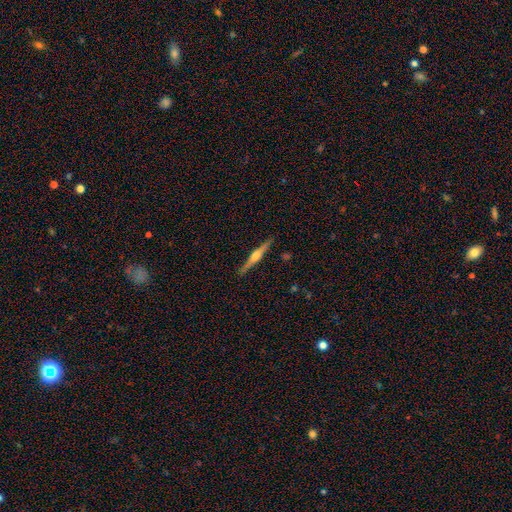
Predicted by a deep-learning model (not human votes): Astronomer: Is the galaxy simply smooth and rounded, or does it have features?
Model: featured or disk — 75%.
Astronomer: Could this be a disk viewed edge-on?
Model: yes — 98%.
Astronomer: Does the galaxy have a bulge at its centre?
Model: rounded — 92%.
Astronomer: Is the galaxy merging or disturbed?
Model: none — 91%.